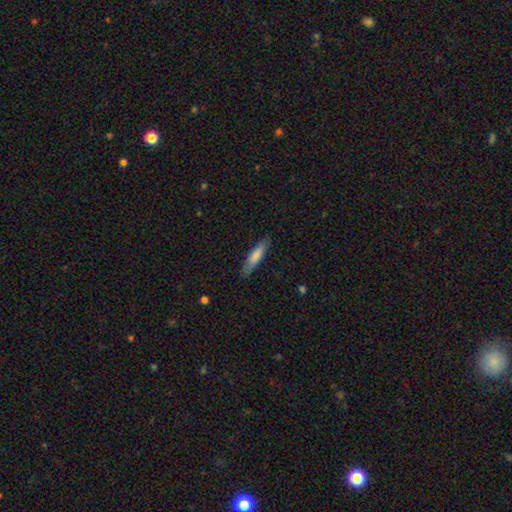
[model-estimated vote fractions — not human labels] smooth-or-featured: smooth: 72% | featured or disk: 22% | star or artifact: 6%
  how-rounded: cigar-shaped: 81% | in between: 17% | round: 1%
  merging: none: 86% | minor disturbance: 11% | major disturbance: 2% | merger: 1%